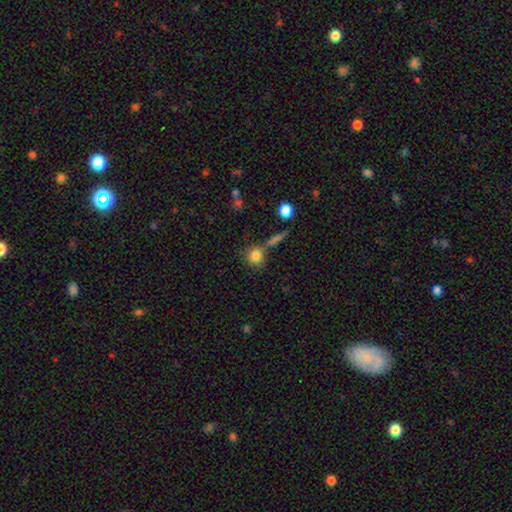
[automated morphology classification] Smooth or featured?
  - smooth: 81% *
  - star or artifact: 10%
  - featured or disk: 9%
How rounded?
  - round: 83% *
  - in between: 14%
  - cigar-shaped: 2%
Merging?
  - none: 65% *
  - merger: 18%
  - minor disturbance: 12%
  - major disturbance: 5%